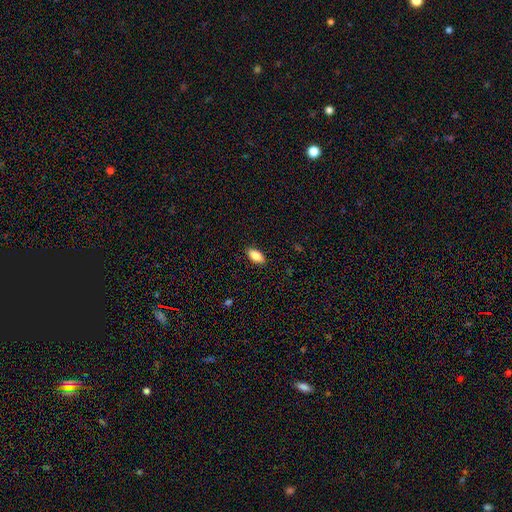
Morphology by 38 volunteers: Smooth or featured? smooth (89%)
How rounded? in between (94%)
Merging? none (86%)